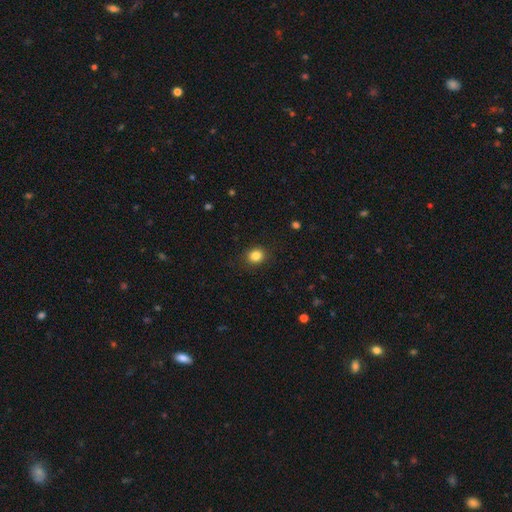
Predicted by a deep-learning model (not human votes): Overall: smooth (84%). How rounded: round (75%). Merging: none (89%).